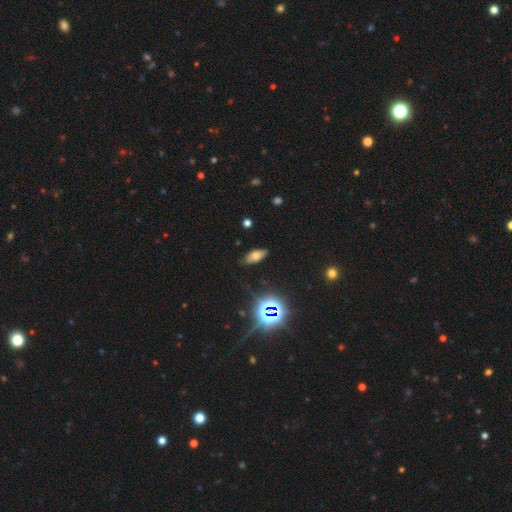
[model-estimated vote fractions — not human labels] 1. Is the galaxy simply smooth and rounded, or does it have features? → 60% smooth, 21% star or artifact, 19% featured or disk.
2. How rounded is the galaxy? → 84% in between, 11% cigar-shaped, 5% round.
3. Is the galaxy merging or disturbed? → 84% none, 12% minor disturbance, 3% major disturbance, 1% merger.